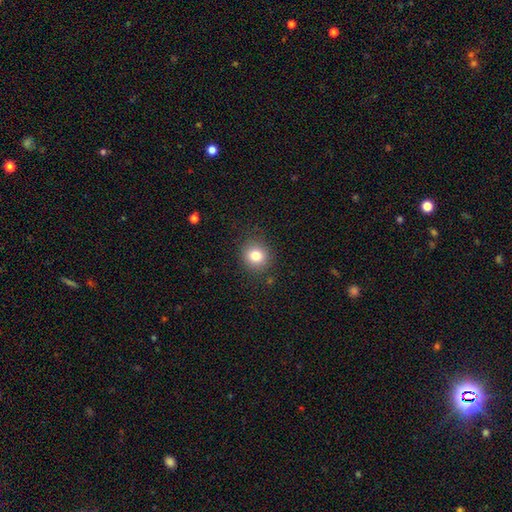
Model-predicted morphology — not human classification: smooth-or-featured: smooth: 80% | star or artifact: 12% | featured or disk: 8%
  how-rounded: round: 86% | in between: 13% | cigar-shaped: 1%
  merging: none: 88% | minor disturbance: 8% | major disturbance: 3% | merger: 1%